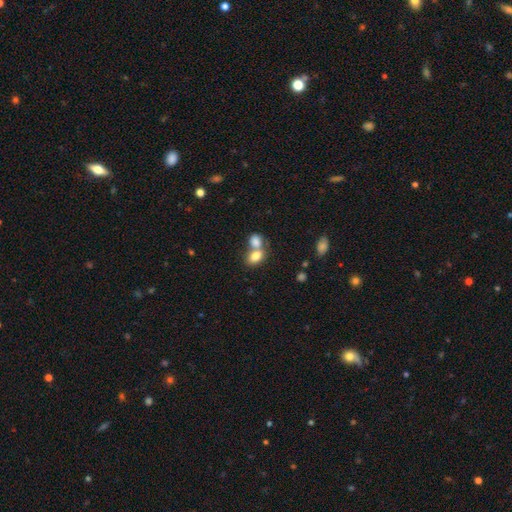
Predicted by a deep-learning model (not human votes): Smooth or featured?
  - smooth: 80% *
  - featured or disk: 11%
  - star or artifact: 9%
How rounded?
  - in between: 75% *
  - round: 24%
  - cigar-shaped: 1%
Merging?
  - merger: 58% *
  - none: 30%
  - minor disturbance: 8%
  - major disturbance: 4%